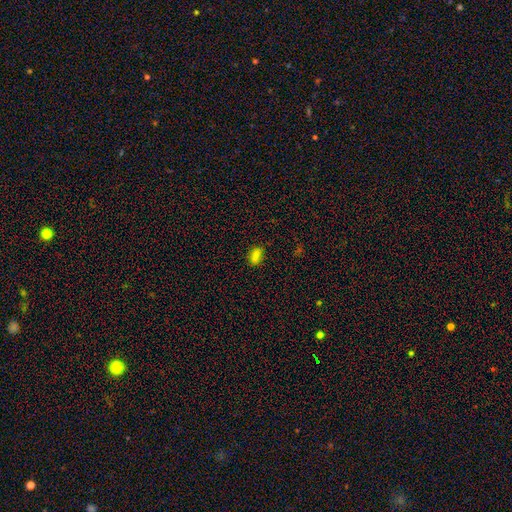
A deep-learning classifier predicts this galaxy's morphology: Smooth or featured?
  - smooth: 79% *
  - star or artifact: 16%
  - featured or disk: 5%
How rounded?
  - in between: 81% *
  - cigar-shaped: 11%
  - round: 8%
Merging?
  - none: 80% *
  - minor disturbance: 14%
  - major disturbance: 4%
  - merger: 2%